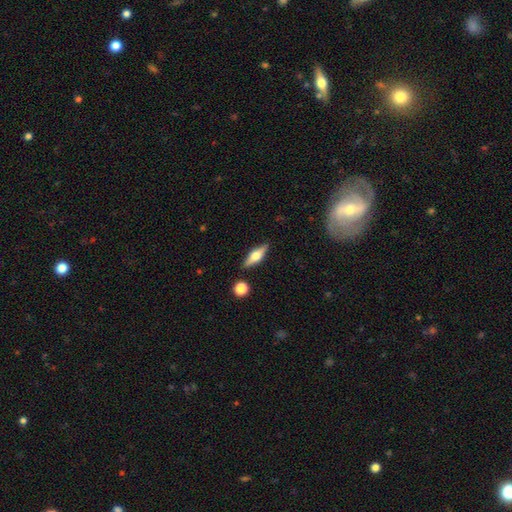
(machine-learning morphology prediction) The model was most divided on "smooth or featured": featured or disk: 59%, smooth: 35%, star or artifact: 7%. More confident: edge-on disk — yes (94%); edge-on bulge — rounded (93%); merging — none (86%).